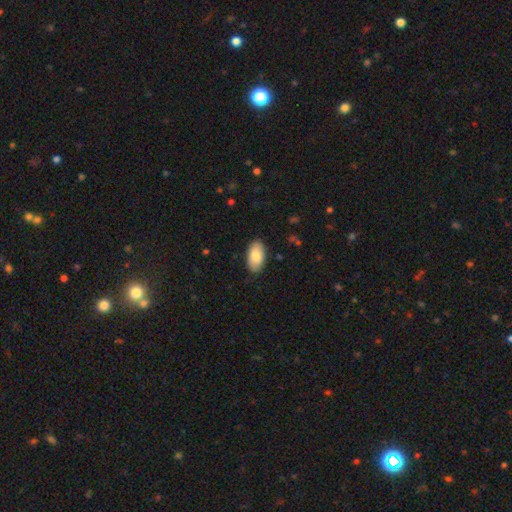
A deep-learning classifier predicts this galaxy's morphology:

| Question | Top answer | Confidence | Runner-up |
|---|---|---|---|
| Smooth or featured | smooth | 83% | featured or disk (11%) |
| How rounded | in between | 95% | round (3%) |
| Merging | none | 87% | minor disturbance (10%) |